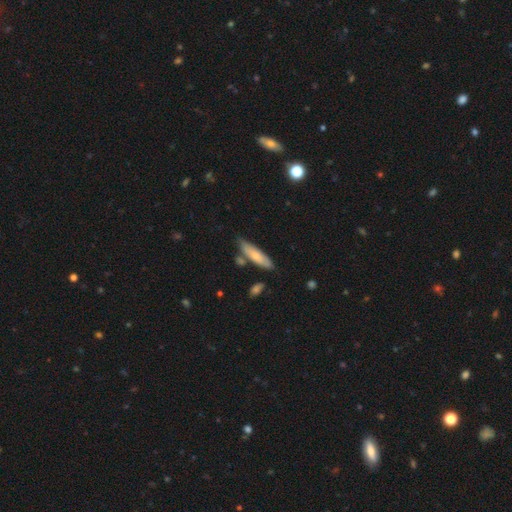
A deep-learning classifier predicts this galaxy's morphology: The model was most divided on "how rounded": cigar-shaped: 63%, in between: 35%, round: 2%. More confident: smooth or featured — smooth (69%); merging — none (68%).